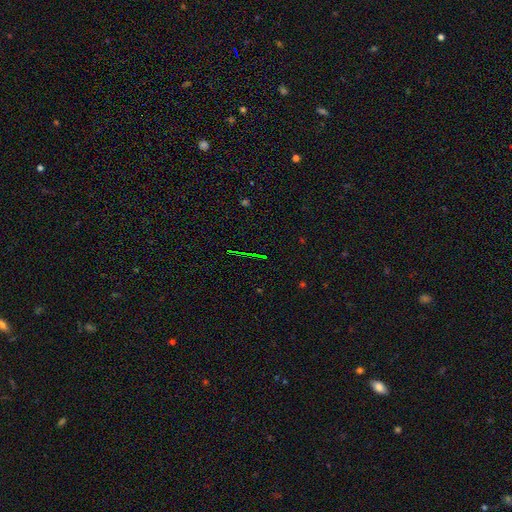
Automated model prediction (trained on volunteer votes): Smooth or featured? star or artifact (75%)